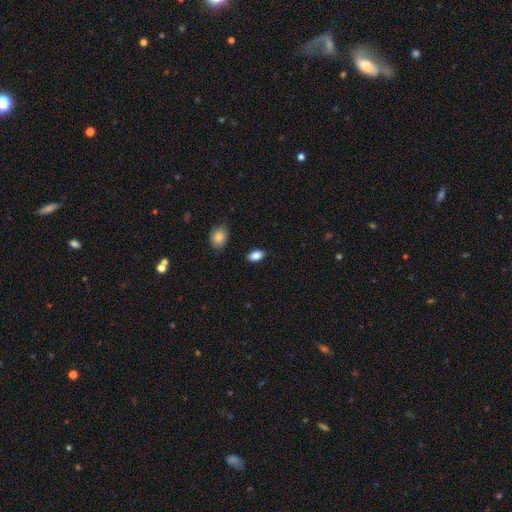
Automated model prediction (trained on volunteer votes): A smooth galaxy with no disk features (86%) that is in between round and cigar-shaped (90%).

Vote fractions:
- Smooth or featured? smooth: 86% / star or artifact: 8% / featured or disk: 6%
- How rounded? in between: 90% / round: 7% / cigar-shaped: 3%
- Merging? none: 86% / minor disturbance: 10% / major disturbance: 2% / merger: 1%